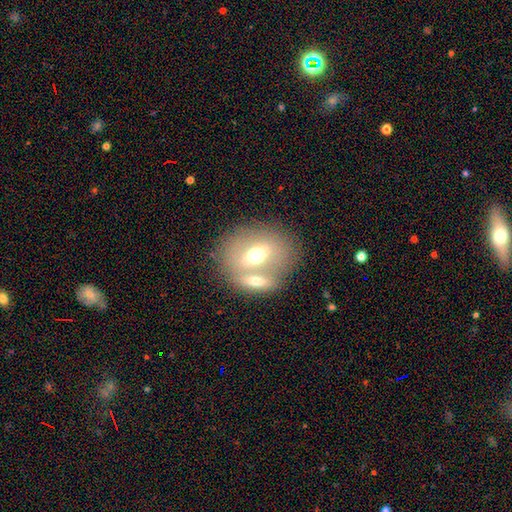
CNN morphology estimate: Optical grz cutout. It shows a smooth galaxy with no disk features (54%) that is in between round and cigar-shaped (59%). Merging: merger (45%).